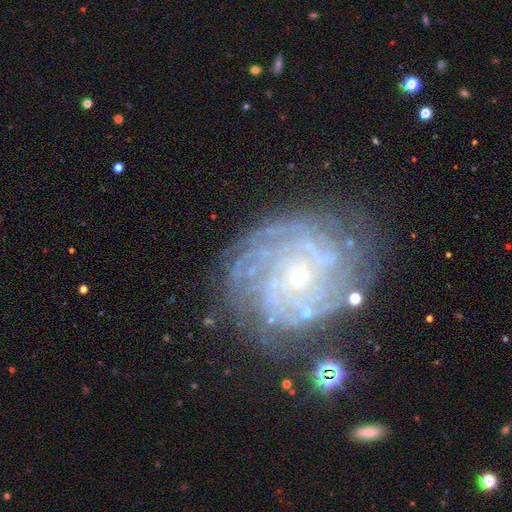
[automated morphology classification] A featured or disk galaxy (85%) with no bar (76%), tight (77%) spiral arms (95%) and a small central bulge (76%). Merging: none (77%).